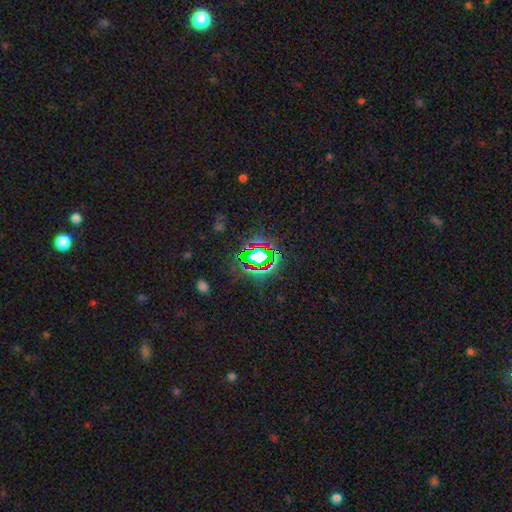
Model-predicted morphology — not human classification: This is likely a star or artifact rather than a galaxy (70%).